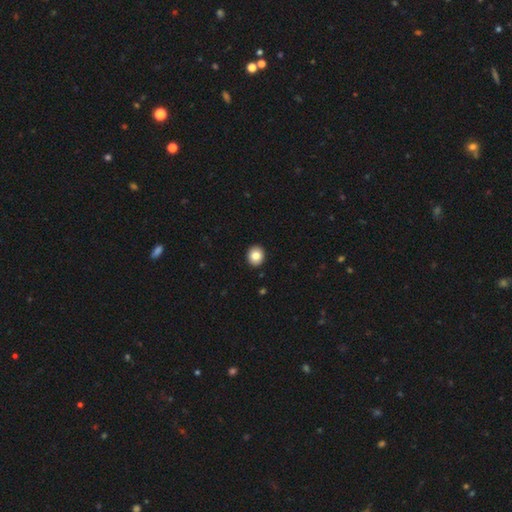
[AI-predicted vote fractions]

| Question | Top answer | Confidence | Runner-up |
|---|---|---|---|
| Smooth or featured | smooth | 84% | star or artifact (9%) |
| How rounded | round | 79% | in between (20%) |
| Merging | none | 93% | minor disturbance (5%) |